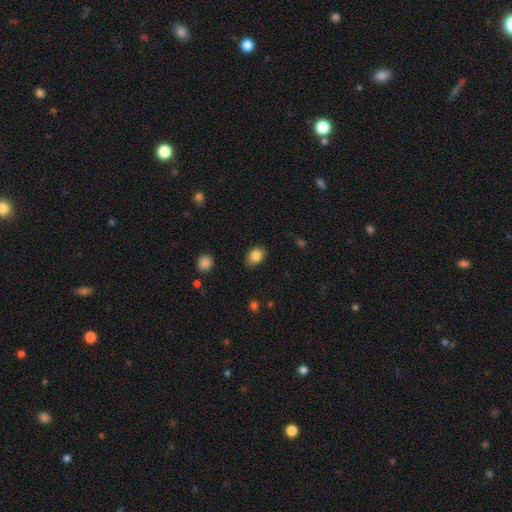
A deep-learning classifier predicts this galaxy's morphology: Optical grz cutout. It shows a smooth galaxy with no disk features (85%) that is in between round and cigar-shaped (65%). Merging: none (84%).